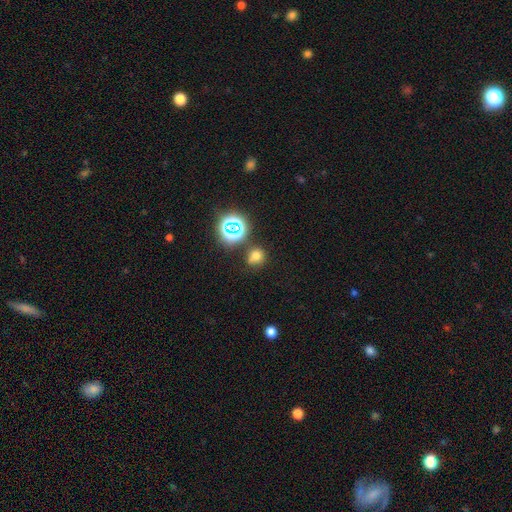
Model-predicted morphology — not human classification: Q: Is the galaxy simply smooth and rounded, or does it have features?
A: smooth — 66%.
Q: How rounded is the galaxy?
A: round — 75%.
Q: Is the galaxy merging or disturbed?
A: none — 69%.